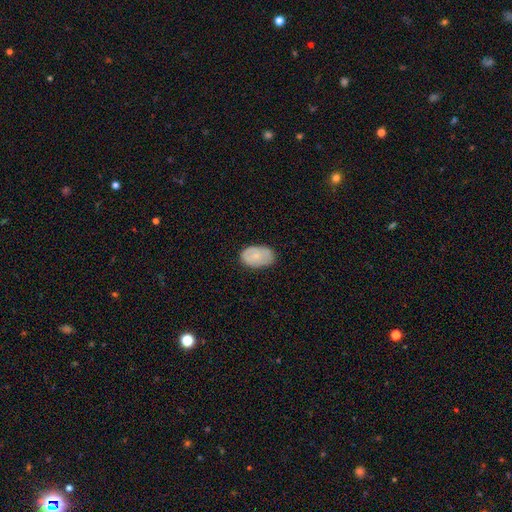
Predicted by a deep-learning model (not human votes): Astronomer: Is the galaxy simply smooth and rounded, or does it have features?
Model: smooth — 77%.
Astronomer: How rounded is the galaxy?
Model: in between — 90%.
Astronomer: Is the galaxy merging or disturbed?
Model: none — 77%.